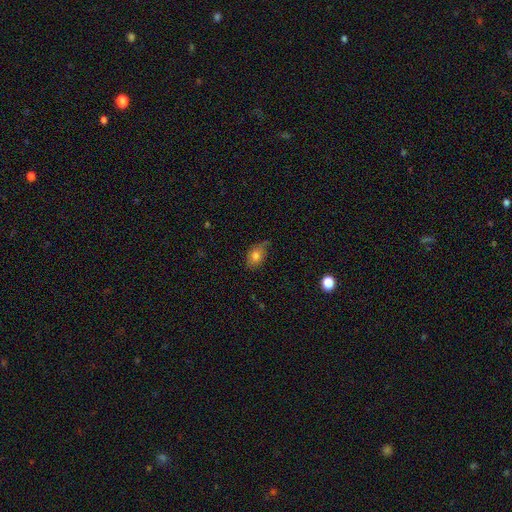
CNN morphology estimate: smooth_or_featured: smooth (p=0.77) [alt: featured or disk p=0.13]
how_rounded: in between (p=0.78) [alt: round p=0.20]
merging: none (p=0.55) [alt: minor disturbance p=0.34]